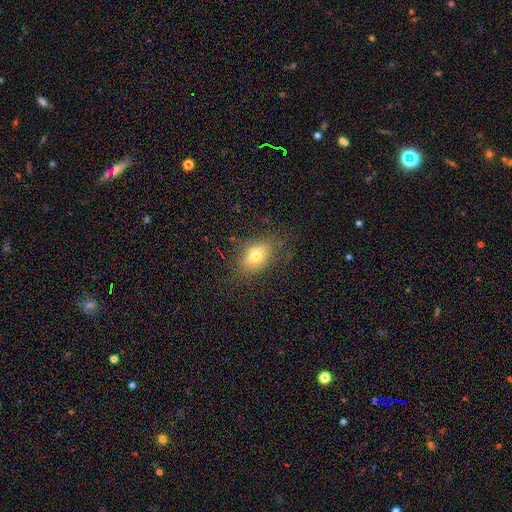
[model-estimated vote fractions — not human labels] Smooth or featured? Predicted: smooth (p=0.56). How rounded? Predicted: in between (p=0.77). Merging? Predicted: none (p=0.69).